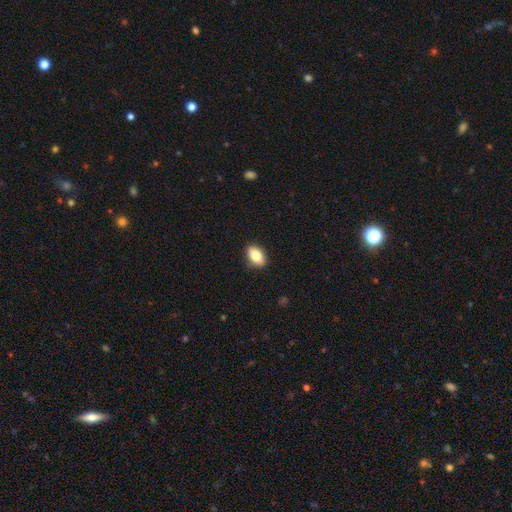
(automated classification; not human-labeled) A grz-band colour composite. It shows a smooth galaxy with no disk features (82%) that is in between round and cigar-shaped (88%). Merging: none (88%).